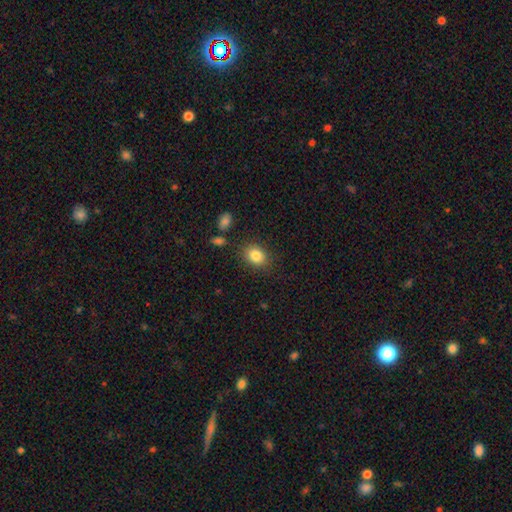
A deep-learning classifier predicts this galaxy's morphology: This appears to be a smooth galaxy with no disk features (84%) that is in between round and cigar-shaped (60%). Merging: none (83%).